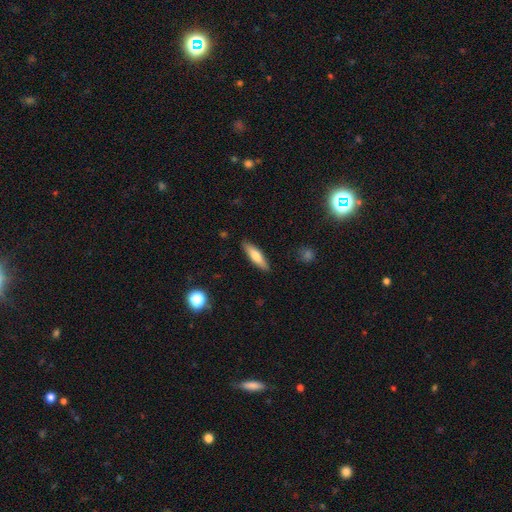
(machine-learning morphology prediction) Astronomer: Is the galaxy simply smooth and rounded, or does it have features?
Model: smooth — 68%.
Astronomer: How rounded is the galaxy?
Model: cigar-shaped — 65%.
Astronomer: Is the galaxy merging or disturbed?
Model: none — 88%.